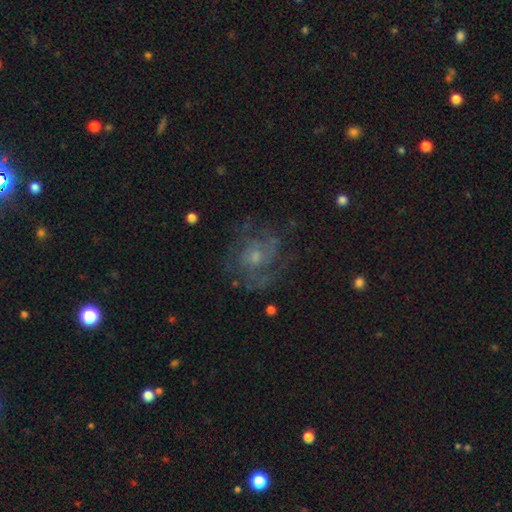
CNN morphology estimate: smooth-or-featured: featured or disk: 69% | smooth: 20% | star or artifact: 11%
  disk-edge-on: no: 97% | yes: 3%
    bar: no: 77% | weak: 20% | strong: 3%
    has-spiral-arms: yes: 78% | no: 22%
      spiral-winding: medium: 42% | tight: 41% | loose: 16%
      spiral-arm-count: can't tell: 41% | 2: 27% | 3: 16% | 1: 6% | 4: 6% | more than 4: 4%
    bulge-size: small: 51% | moderate: 38% | none: 6% | large: 3% | dominant: 1%
  merging: none: 65% | minor disturbance: 18% | major disturbance: 15% | merger: 2%